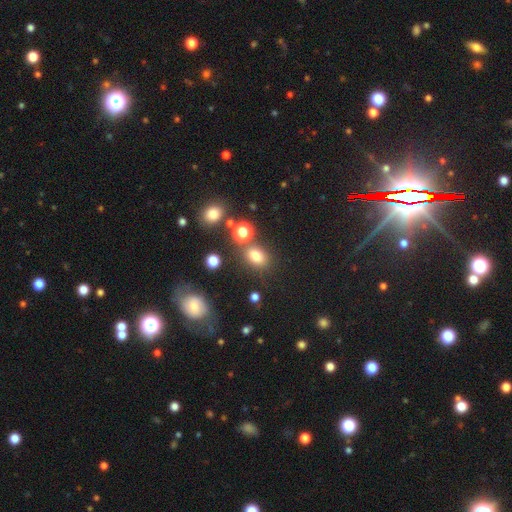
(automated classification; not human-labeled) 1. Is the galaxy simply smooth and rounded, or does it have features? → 75% smooth, 17% star or artifact, 8% featured or disk.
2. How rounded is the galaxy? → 62% in between, 37% round, 2% cigar-shaped.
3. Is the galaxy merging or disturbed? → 72% none, 12% minor disturbance, 11% merger, 5% major disturbance.